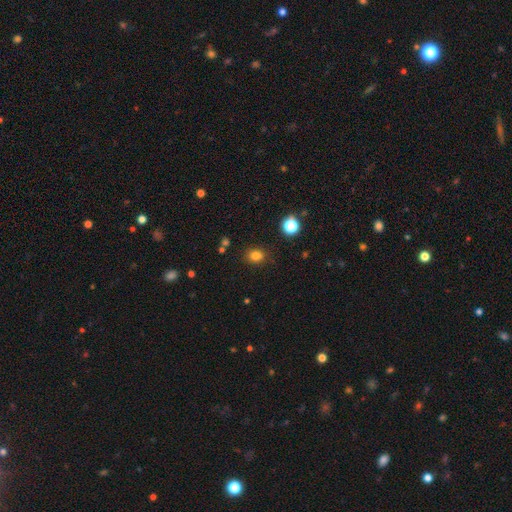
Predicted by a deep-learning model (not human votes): This appears to be a smooth galaxy with no disk features (79%) that is round (59%). Merging: none (83%).